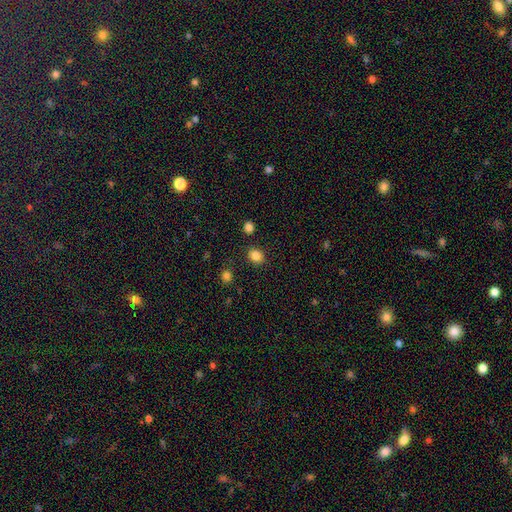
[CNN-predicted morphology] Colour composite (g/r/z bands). It shows a smooth galaxy with no disk features (85%) that is round (64%). Merging: none (86%).